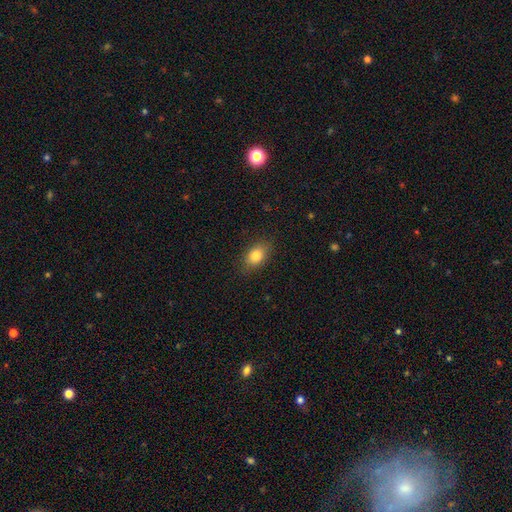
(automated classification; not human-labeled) Morphology: type=smooth (83%); roundness=in between (83%); merging=none (86%).